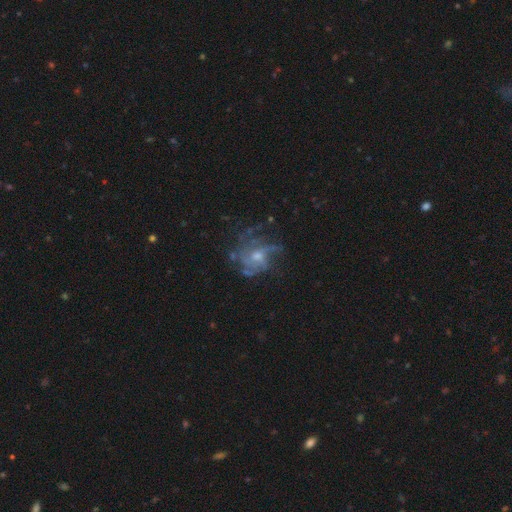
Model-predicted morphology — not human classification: smooth-or-featured: featured or disk: 73% | smooth: 14% | star or artifact: 14%
  disk-edge-on: no: 97% | yes: 3%
    bar: no: 74% | weak: 22% | strong: 3%
    has-spiral-arms: yes: 76% | no: 24%
      spiral-winding: medium: 40% | loose: 32% | tight: 28%
      spiral-arm-count: can't tell: 38% | 4: 20% | 3: 15% | more than 4: 12% | 2: 8% | 1: 6%
    bulge-size: moderate: 51% | small: 40% | none: 4% | large: 4% | dominant: 1%
  merging: none: 56% | major disturbance: 23% | minor disturbance: 18% | merger: 3%